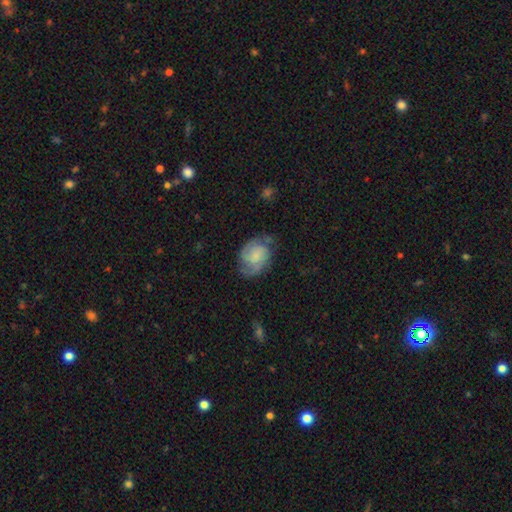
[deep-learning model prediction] Q: Smooth or featured?
A: featured or disk (62%); runner-up: smooth (31%)
Q: Edge-on disk?
A: no (97%); runner-up: yes (3%)
Q: Bar?
A: no (59%); runner-up: weak (35%)
Q: Spiral arms?
A: yes (91%); runner-up: no (9%)
Q: Spiral winding?
A: medium (45%); runner-up: tight (38%)
Q: Spiral arm count?
A: 2 (64%); runner-up: can't tell (17%)
Q: Bulge size?
A: small (44%); runner-up: none (25%)
Q: Merging?
A: none (61%); runner-up: minor disturbance (25%)